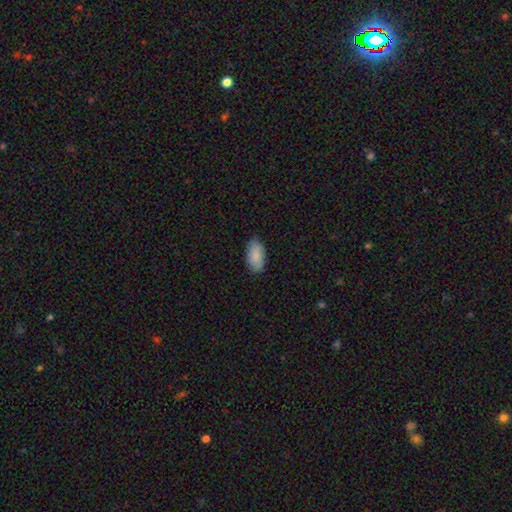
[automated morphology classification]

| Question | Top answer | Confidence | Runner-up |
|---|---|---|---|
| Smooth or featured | smooth | 87% | featured or disk (7%) |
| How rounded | in between | 94% | cigar-shaped (4%) |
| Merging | none | 83% | minor disturbance (14%) |